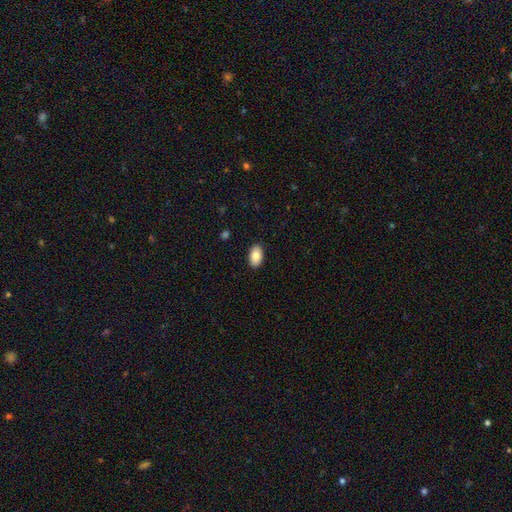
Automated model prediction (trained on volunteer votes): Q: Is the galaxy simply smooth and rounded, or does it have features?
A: smooth — 84%.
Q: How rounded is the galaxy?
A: in between — 94%.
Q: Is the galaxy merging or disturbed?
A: none — 90%.